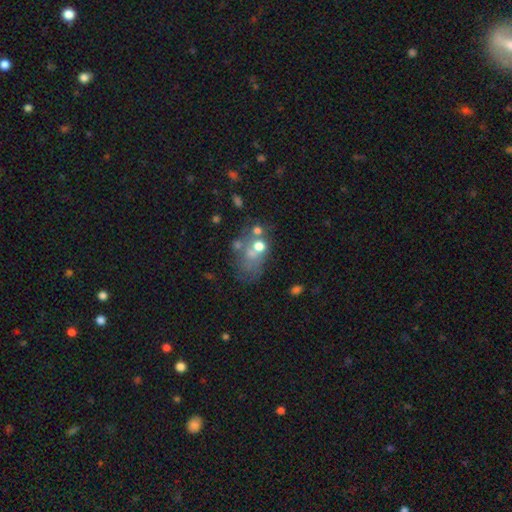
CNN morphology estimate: Overall: smooth (39%, tied with featured or disk). Merging: none (36%; merger 27%).